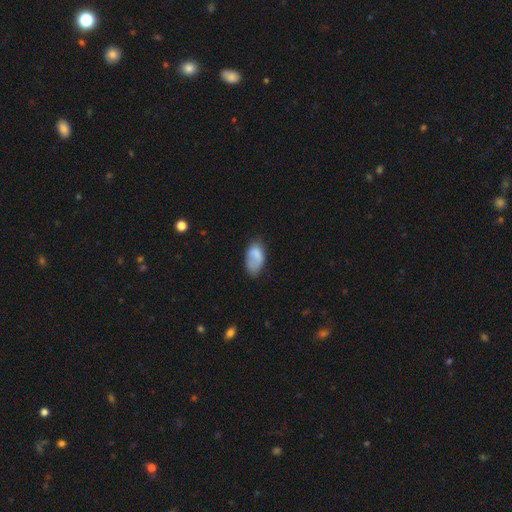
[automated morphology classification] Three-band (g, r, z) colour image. It shows a smooth galaxy with no disk features (76%) that is in between round and cigar-shaped (94%). Merging: none (48%).